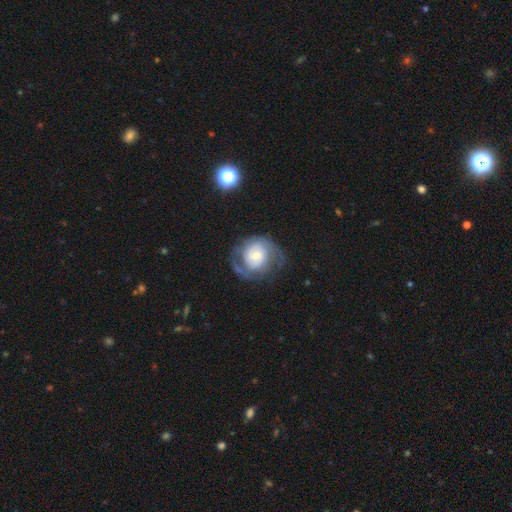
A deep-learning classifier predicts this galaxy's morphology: Smooth or featured: featured or disk — 81% (smooth — 13%)
Edge-on disk: no — 98% (yes — 2%)
Bar: no — 53% (weak — 39%)
Spiral arms: yes — 94% (no — 6%)
Spiral winding: tight — 44% (medium — 41%)
Spiral arm count: 2 — 68% (can't tell — 15%)
Bulge size: small — 48% (moderate — 39%)
Merging: none — 67% (minor disturbance — 18%)